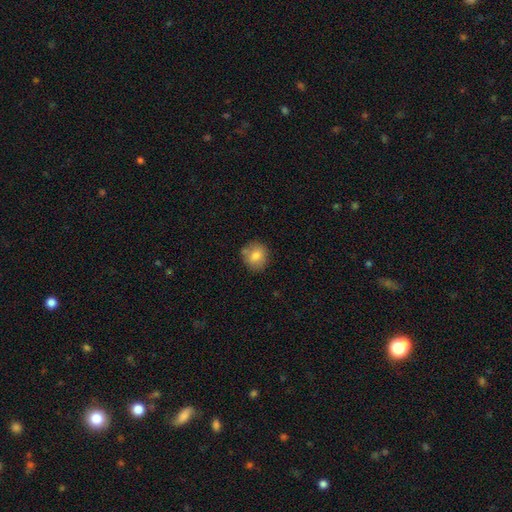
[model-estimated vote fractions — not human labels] Smooth or featured: smooth — 79% (featured or disk — 12%)
How rounded: round — 84% (in between — 15%)
Merging: none — 77% (minor disturbance — 14%)